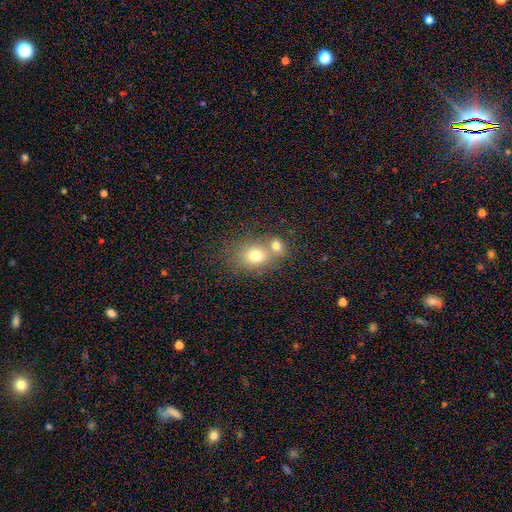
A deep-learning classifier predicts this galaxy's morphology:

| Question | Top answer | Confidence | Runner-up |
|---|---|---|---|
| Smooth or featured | smooth | 74% | featured or disk (15%) |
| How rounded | in between | 51% | round (48%) |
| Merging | merger | 50% | none (38%) |